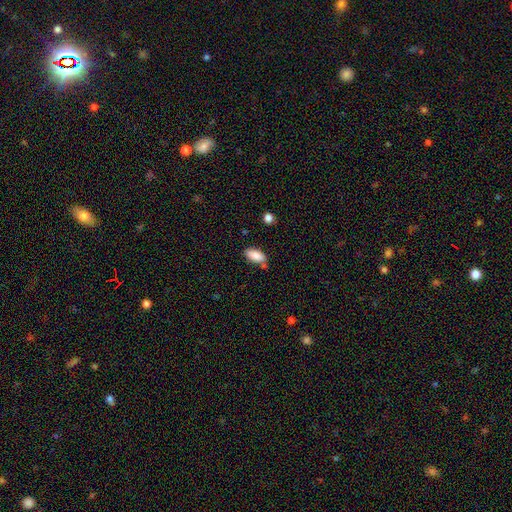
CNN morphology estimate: Smooth or featured?
  - smooth: 87% *
  - star or artifact: 7%
  - featured or disk: 6%
How rounded?
  - in between: 89% *
  - cigar-shaped: 9%
  - round: 2%
Merging?
  - none: 73% *
  - minor disturbance: 16%
  - merger: 8%
  - major disturbance: 3%